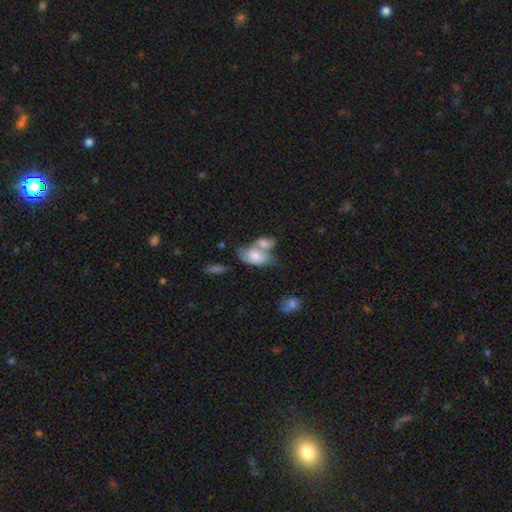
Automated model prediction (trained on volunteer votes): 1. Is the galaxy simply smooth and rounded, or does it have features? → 57% smooth, 36% featured or disk, 8% star or artifact.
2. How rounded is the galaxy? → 90% in between, 7% round, 3% cigar-shaped.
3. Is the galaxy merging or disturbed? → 62% merger, 18% none, 11% minor disturbance, 9% major disturbance.